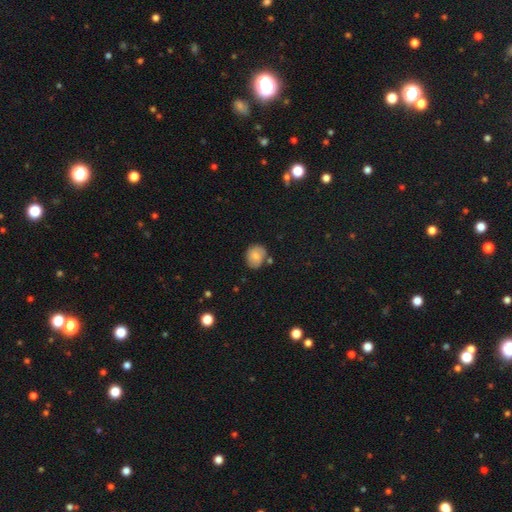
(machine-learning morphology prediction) Smooth or featured: smooth — 77% (featured or disk — 14%)
How rounded: round — 53% (in between — 46%)
Merging: none — 71% (minor disturbance — 18%)